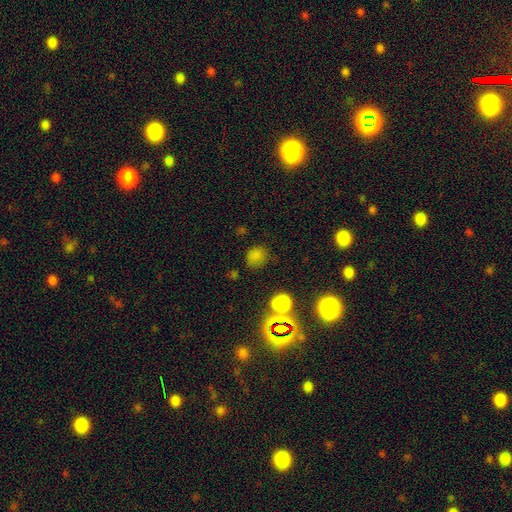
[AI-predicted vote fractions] A smooth galaxy with no disk features (69%) that is round (73%). Merging: none (73%).